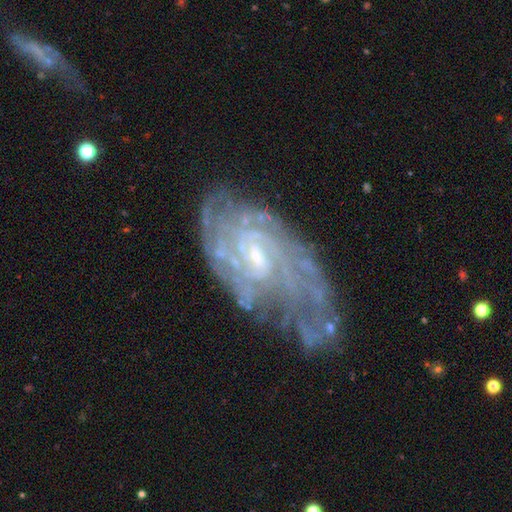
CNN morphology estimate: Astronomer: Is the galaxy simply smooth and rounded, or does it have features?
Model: featured or disk — 86%.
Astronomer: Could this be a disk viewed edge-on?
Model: no — 95%.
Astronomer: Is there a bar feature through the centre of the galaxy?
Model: weak — 46% (runner-up: no, 43%).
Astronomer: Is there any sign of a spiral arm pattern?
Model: yes — 94%.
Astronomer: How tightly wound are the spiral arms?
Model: tight — 67%.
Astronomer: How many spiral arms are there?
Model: can't tell — 44%.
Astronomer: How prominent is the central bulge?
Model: small — 68%.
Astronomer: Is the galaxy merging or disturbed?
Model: none — 59%.